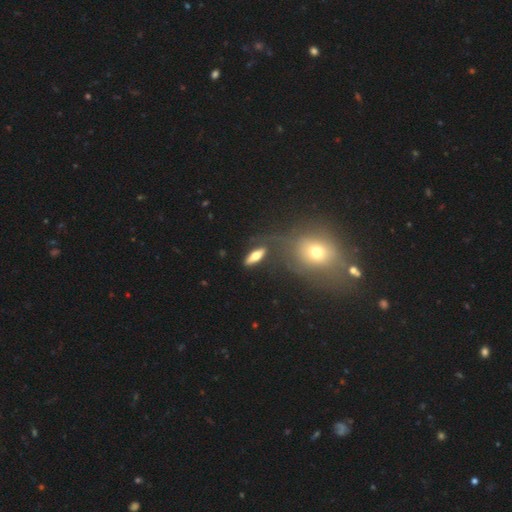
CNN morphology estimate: This appears to be a smooth galaxy with no disk features (60%) that is in between round and cigar-shaped (61%). Merging: none (73%).